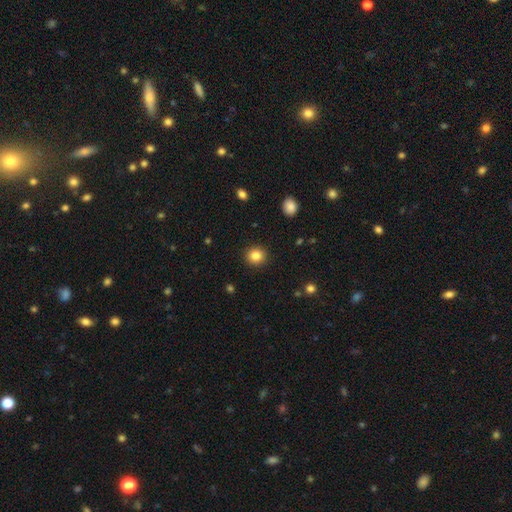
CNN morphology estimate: Smooth or featured: smooth — 85% (star or artifact — 10%)
How rounded: round — 90% (in between — 9%)
Merging: none — 91% (minor disturbance — 5%)